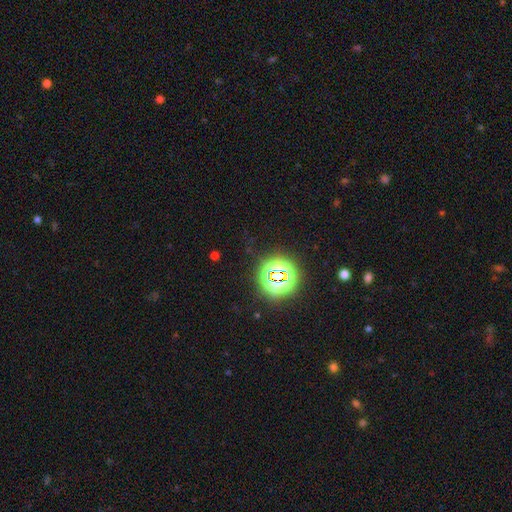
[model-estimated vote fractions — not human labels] Overall: star or artifact (77%).